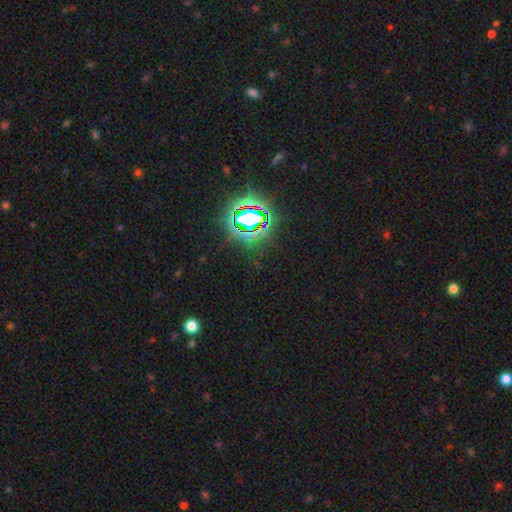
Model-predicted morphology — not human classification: A star or artifact, not a galaxy (81%).